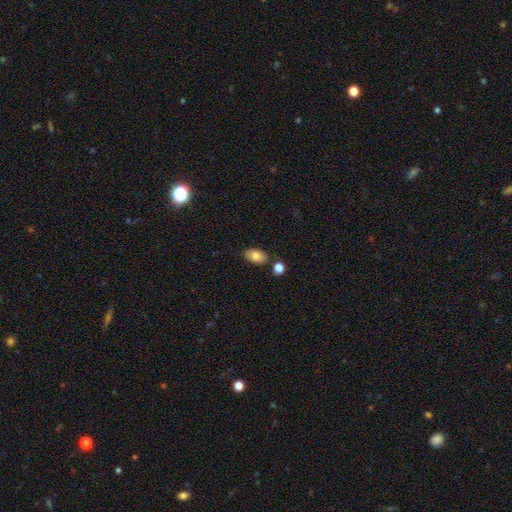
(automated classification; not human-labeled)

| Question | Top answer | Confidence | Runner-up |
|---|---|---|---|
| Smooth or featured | smooth | 83% | featured or disk (10%) |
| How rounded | in between | 91% | round (7%) |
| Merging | none | 80% | minor disturbance (12%) |